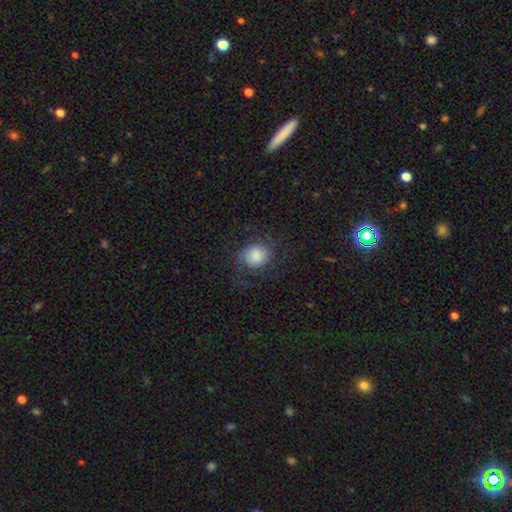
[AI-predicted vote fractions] A smooth galaxy with no disk features (61%) that is round (68%).

Vote fractions:
- Smooth or featured? smooth: 61% / featured or disk: 30% / star or artifact: 9%
- How rounded? round: 68% / in between: 31% / cigar-shaped: 1%
- Merging? none: 66% / major disturbance: 16% / minor disturbance: 16% / merger: 1%